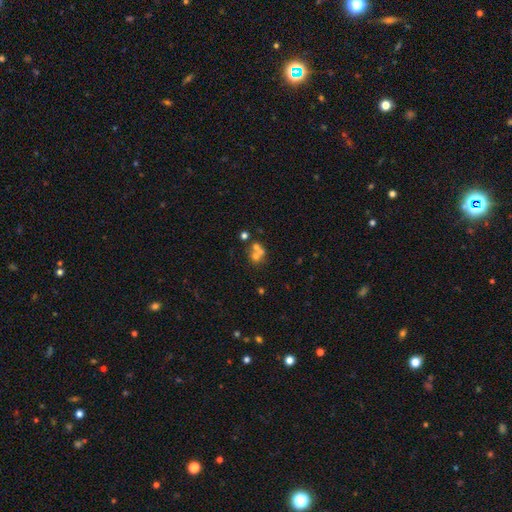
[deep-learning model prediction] A smooth galaxy with no disk features (47%). Merging: merger (50%).